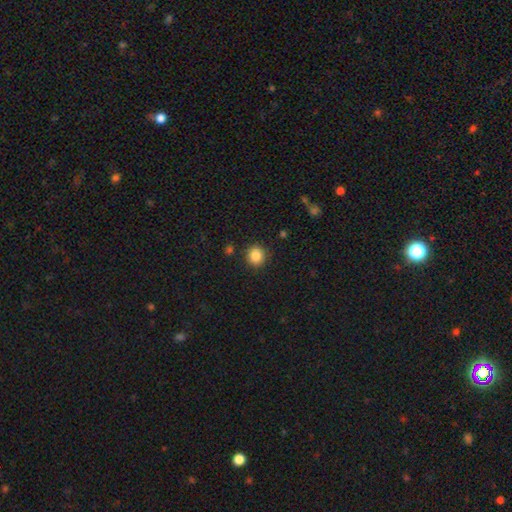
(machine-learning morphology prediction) smooth-or-featured: smooth: 85% | star or artifact: 10% | featured or disk: 5%
  how-rounded: round: 90% | in between: 9% | cigar-shaped: 1%
  merging: none: 89% | minor disturbance: 7% | major disturbance: 2% | merger: 2%